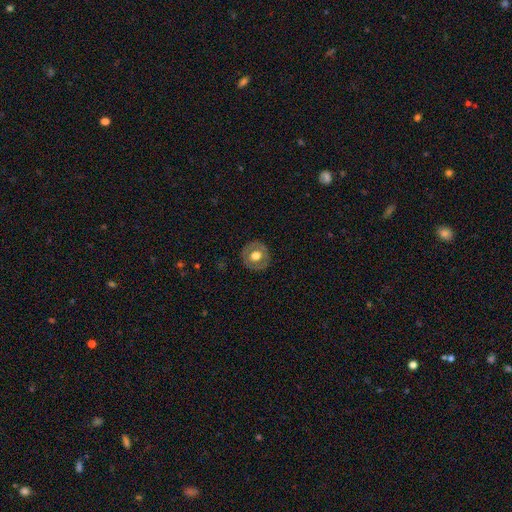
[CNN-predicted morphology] This is possibly a smooth galaxy (52%). How rounded: clearly round (89%). Merging: clearly none (86%).